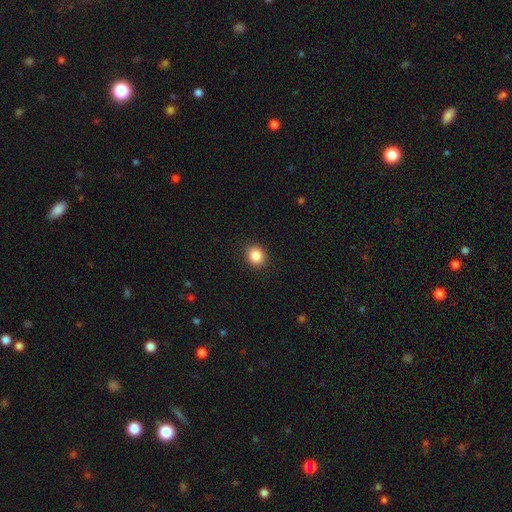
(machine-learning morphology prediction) Smooth or featured? smooth (87%)
How rounded? round (78%)
Merging? none (91%)